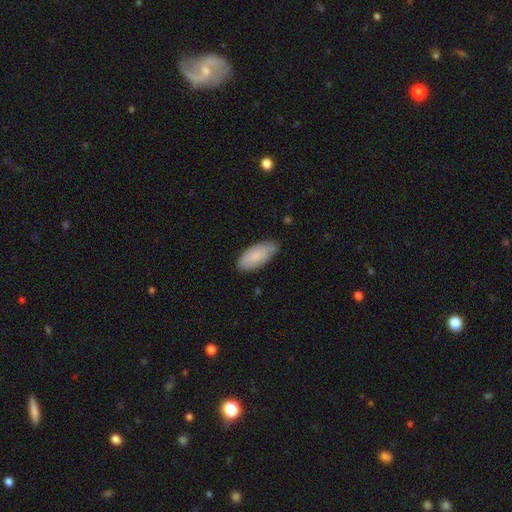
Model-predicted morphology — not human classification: smooth-or-featured: smooth: 83% | featured or disk: 11% | star or artifact: 6%
  how-rounded: in between: 91% | cigar-shaped: 8% | round: 2%
  merging: none: 72% | minor disturbance: 23% | major disturbance: 3% | merger: 2%